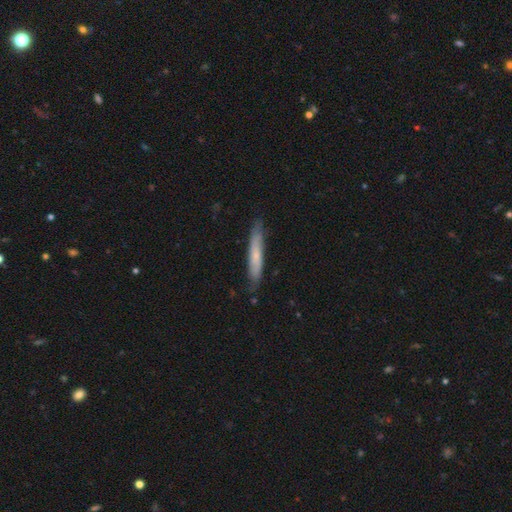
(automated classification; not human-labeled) A smooth galaxy with no disk features (59%) that is cigar-shaped (91%).

Vote fractions:
- Smooth or featured? smooth: 59% / featured or disk: 35% / star or artifact: 6%
- How rounded? cigar-shaped: 91% / in between: 8% / round: 1%
- Merging? none: 79% / minor disturbance: 17% / major disturbance: 3% / merger: 1%